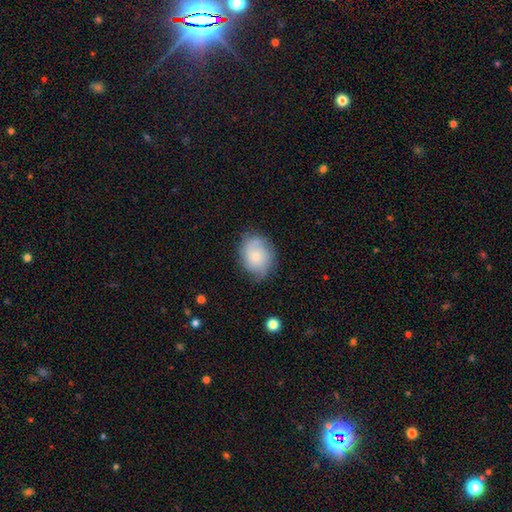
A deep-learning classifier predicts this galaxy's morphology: Smooth or featured: smooth — 48% (featured or disk — 43%)
Merging: none — 68% (minor disturbance — 23%)